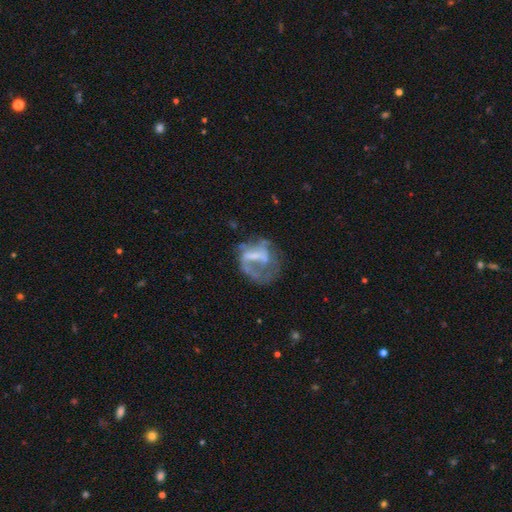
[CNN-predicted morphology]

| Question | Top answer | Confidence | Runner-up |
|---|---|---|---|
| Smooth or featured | featured or disk | 64% | smooth (25%) |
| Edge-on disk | no | 97% | yes (3%) |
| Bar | no | 40% | weak (37%) |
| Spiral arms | no | 60% | yes (40%) |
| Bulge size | none | 45% | small (28%) |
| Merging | major disturbance | 43% | none (32%) |